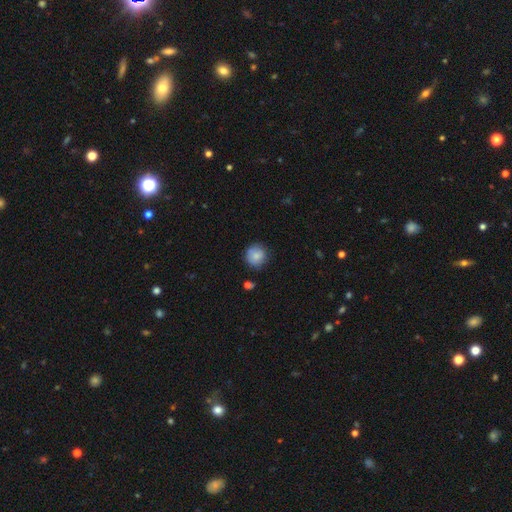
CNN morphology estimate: smooth_or_featured: smooth (p=0.83) [alt: featured or disk p=0.09]
how_rounded: round (p=0.91) [alt: in between p=0.08]
merging: none (p=0.78) [alt: minor disturbance p=0.15]